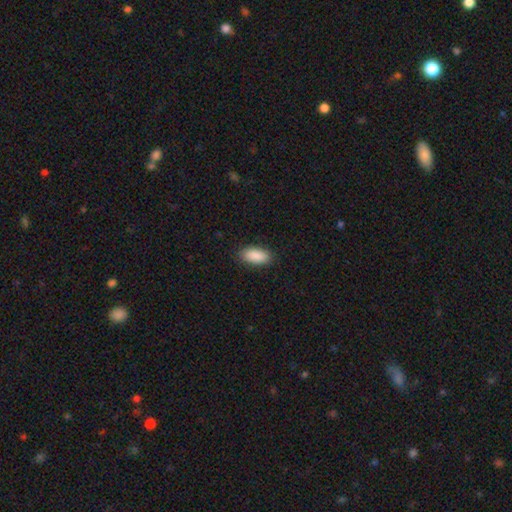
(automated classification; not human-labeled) Q: Smooth or featured?
A: smooth (90%); runner-up: star or artifact (6%)
Q: How rounded?
A: in between (90%); runner-up: cigar-shaped (8%)
Q: Merging?
A: none (88%); runner-up: minor disturbance (9%)